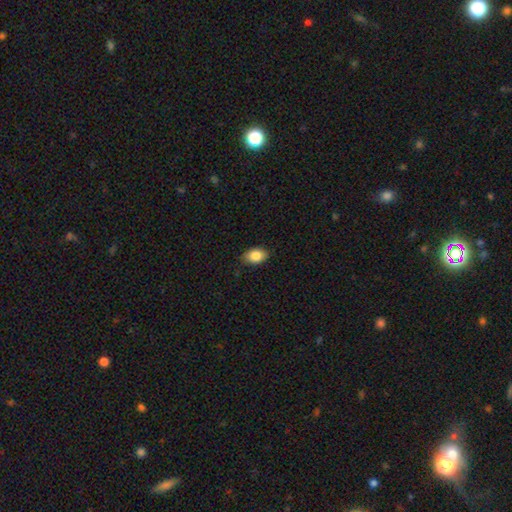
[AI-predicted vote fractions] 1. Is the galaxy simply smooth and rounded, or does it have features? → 86% smooth, 8% star or artifact, 7% featured or disk.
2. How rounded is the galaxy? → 85% in between, 13% round, 1% cigar-shaped.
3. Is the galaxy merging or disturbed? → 84% none, 13% minor disturbance, 2% major disturbance, 1% merger.